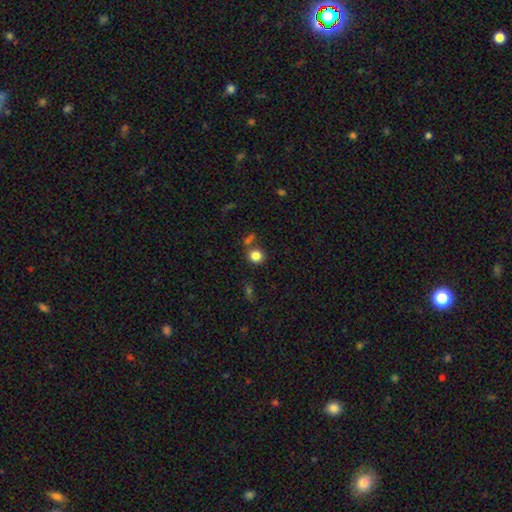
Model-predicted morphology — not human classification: Smooth or featured? Predicted: smooth (p=0.83). How rounded? Predicted: round (p=0.85). Merging? Predicted: none (p=0.73).